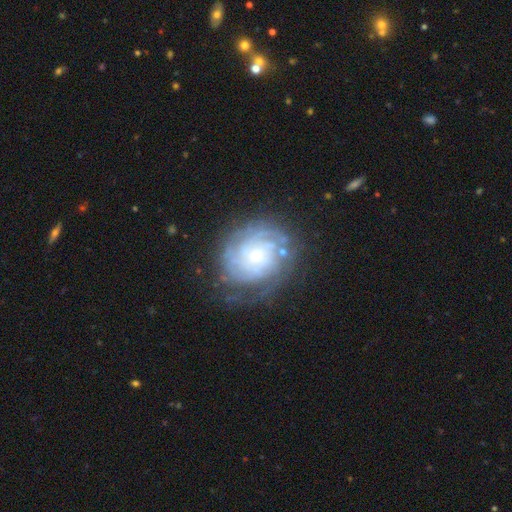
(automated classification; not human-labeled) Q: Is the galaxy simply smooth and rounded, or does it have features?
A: featured or disk — 81%.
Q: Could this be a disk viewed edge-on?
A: no — 97%.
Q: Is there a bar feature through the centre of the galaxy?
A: no — 77%.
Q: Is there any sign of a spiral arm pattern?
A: yes — 94%.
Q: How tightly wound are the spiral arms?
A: tight — 76%.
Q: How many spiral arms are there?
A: can't tell — 40%.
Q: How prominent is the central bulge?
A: small — 65%.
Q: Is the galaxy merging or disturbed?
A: none — 70%.